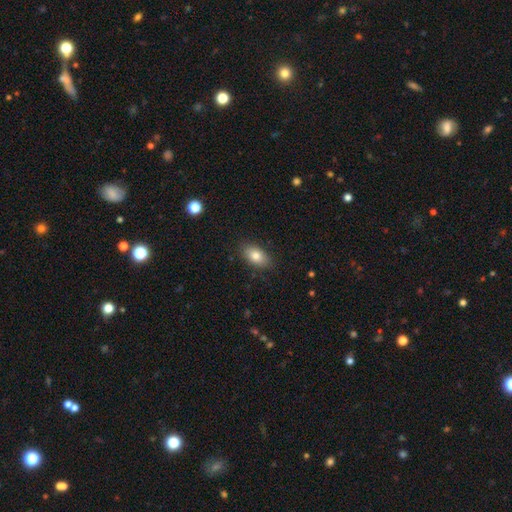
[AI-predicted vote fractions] Smooth or featured: smooth — 80% (featured or disk — 12%)
How rounded: in between — 89% (round — 8%)
Merging: none — 85% (minor disturbance — 11%)